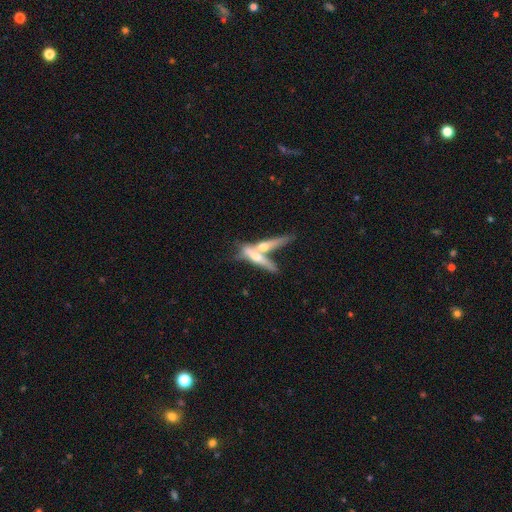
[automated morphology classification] featured or disk 54%, smooth 39%, star or artifact 7%. Down the decision tree: edge-on disk — yes (79%); merging — merger (57%).